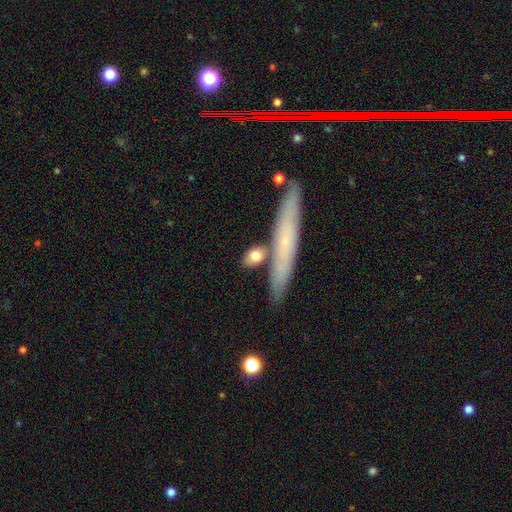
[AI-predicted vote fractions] Smooth or featured?
  - smooth: 75% *
  - featured or disk: 19%
  - star or artifact: 6%
How rounded?
  - in between: 56% *
  - cigar-shaped: 27%
  - round: 17%
Merging?
  - none: 68% *
  - merger: 15%
  - minor disturbance: 13%
  - major disturbance: 4%